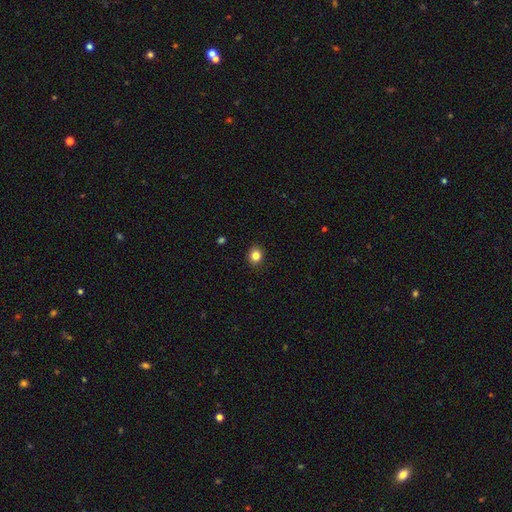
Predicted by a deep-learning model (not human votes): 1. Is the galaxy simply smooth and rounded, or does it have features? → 83% smooth, 11% star or artifact, 6% featured or disk.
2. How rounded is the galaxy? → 72% round, 27% in between, 1% cigar-shaped.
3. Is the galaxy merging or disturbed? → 90% none, 7% minor disturbance, 2% major disturbance, 1% merger.